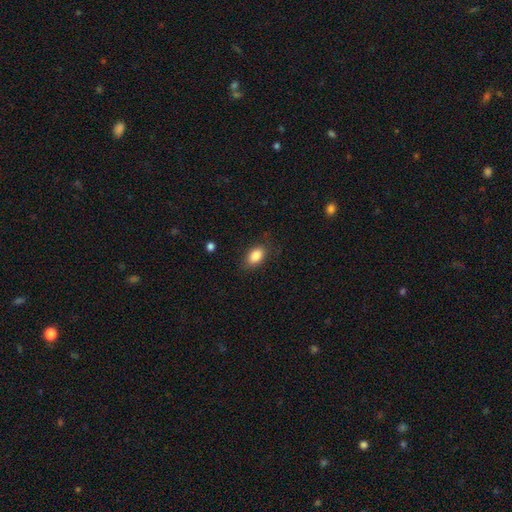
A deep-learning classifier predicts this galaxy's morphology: smooth 86%, star or artifact 8%, featured or disk 6%. Down the decision tree: how rounded — in between (89%); merging — none (81%).